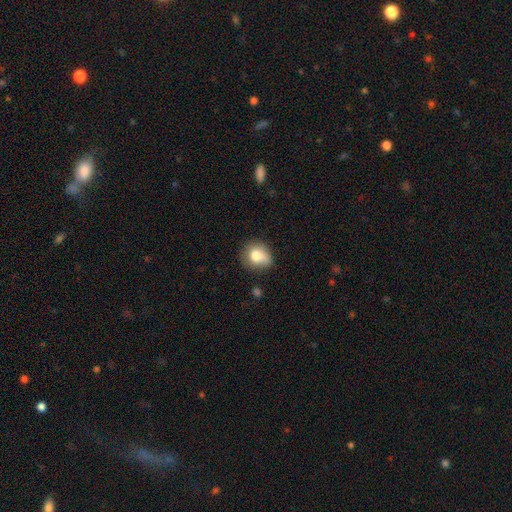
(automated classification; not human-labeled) This is likely a smooth galaxy (78%). How rounded: likely round (69%). Merging: possibly none (53%).